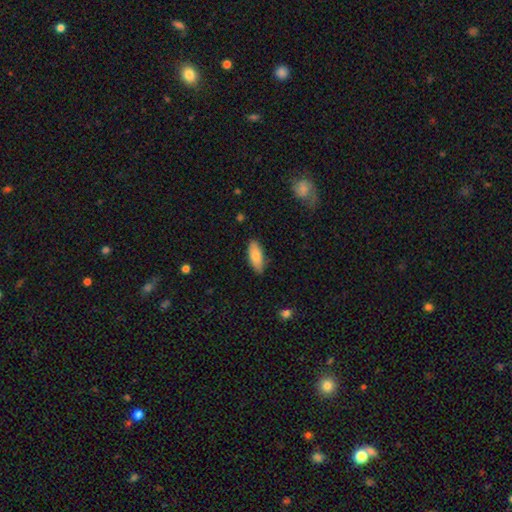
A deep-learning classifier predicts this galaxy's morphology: A smooth galaxy with no disk features (81%) that is in between round and cigar-shaped (82%). Merging: none (82%).